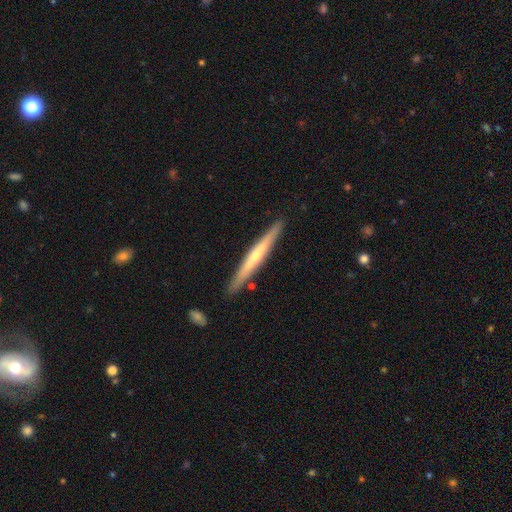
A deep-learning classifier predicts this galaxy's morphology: Overall: featured or disk (61%; smooth 33%). Edge-on disk: yes (96%). Edge-on bulge: rounded (57%; none 38%). Merging: none (89%).